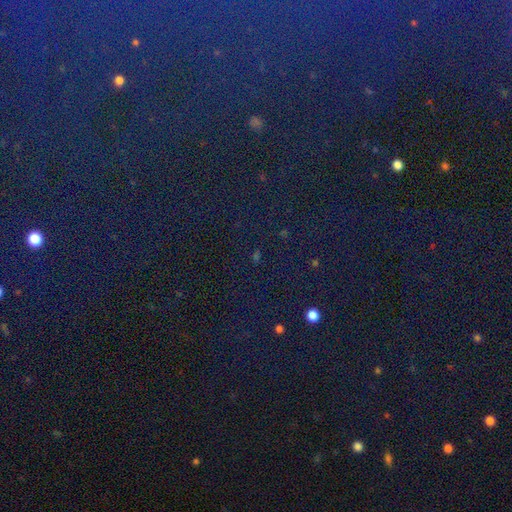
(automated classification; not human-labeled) Q: Smooth or featured?
A: star or artifact (82%); runner-up: smooth (10%)